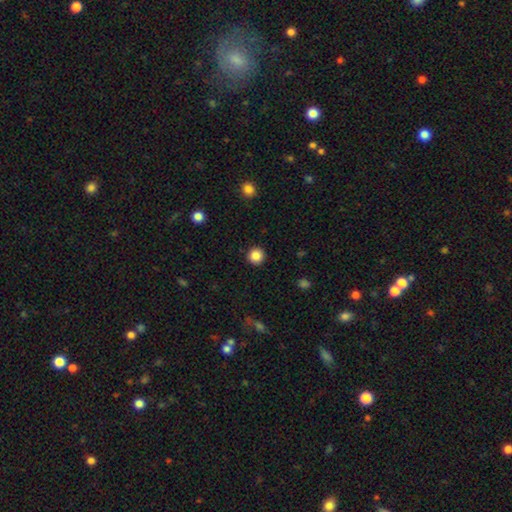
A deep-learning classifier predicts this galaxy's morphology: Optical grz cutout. It shows a smooth galaxy with no disk features (86%) that is round (96%). Merging: none (93%).